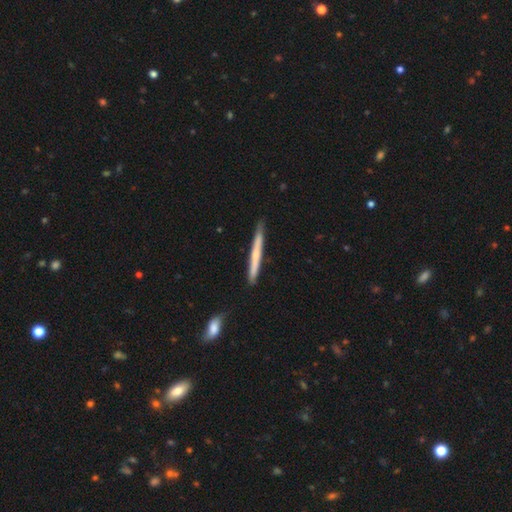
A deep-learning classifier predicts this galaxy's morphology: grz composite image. It shows a smooth galaxy with no disk features (52%) that is cigar-shaped (97%). Merging: none (86%).